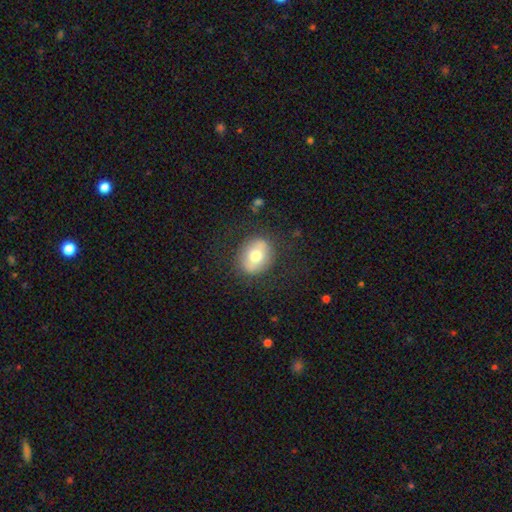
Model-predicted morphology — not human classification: A smooth galaxy with no disk features (61%) that is round (62%). Merging: none (82%).